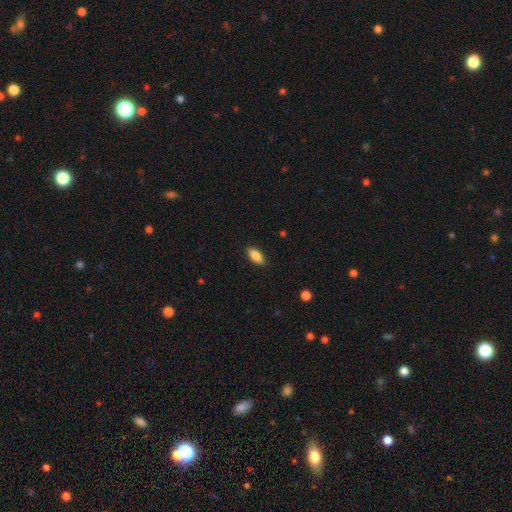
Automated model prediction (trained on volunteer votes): Q: Smooth or featured?
A: smooth (85%); runner-up: featured or disk (8%)
Q: How rounded?
A: in between (84%); runner-up: cigar-shaped (14%)
Q: Merging?
A: none (86%); runner-up: minor disturbance (10%)